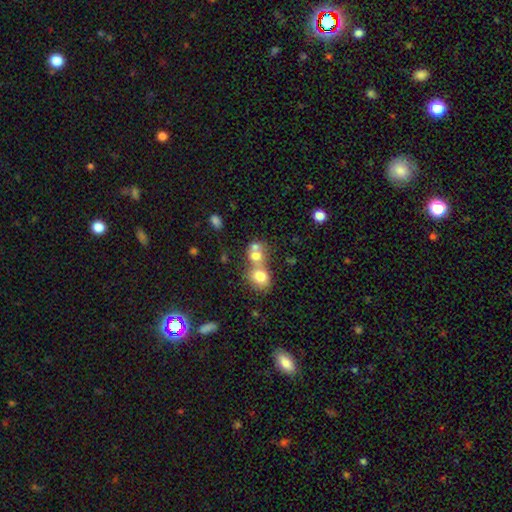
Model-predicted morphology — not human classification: Smooth or featured? smooth (71%)
How rounded? round (64%)
Merging? merger (65%)